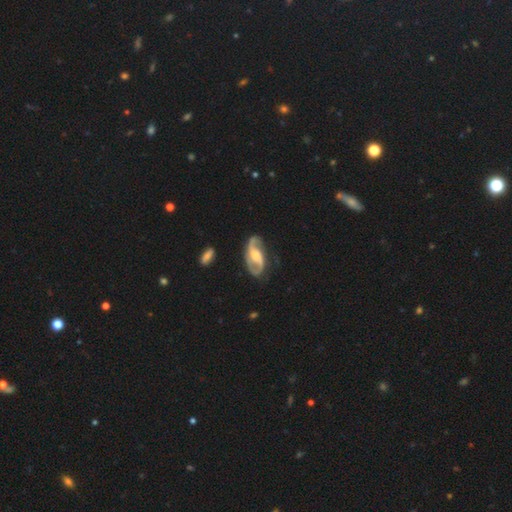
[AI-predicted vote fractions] smooth_or_featured: featured or disk (p=0.89) [alt: smooth p=0.07]
disk_edge_on: no (p=0.97) [alt: yes p=0.03]
bar: weak (p=0.45) [alt: no p=0.35]
has_spiral_arms: yes (p=0.96) [alt: no p=0.04]
spiral_winding: medium (p=0.51) [alt: loose p=0.34]
spiral_arm_count: 2 (p=0.92) [alt: can't tell p=0.03]
bulge_size: moderate (p=0.56) [alt: small p=0.21]
merging: none (p=0.75) [alt: minor disturbance p=0.17]